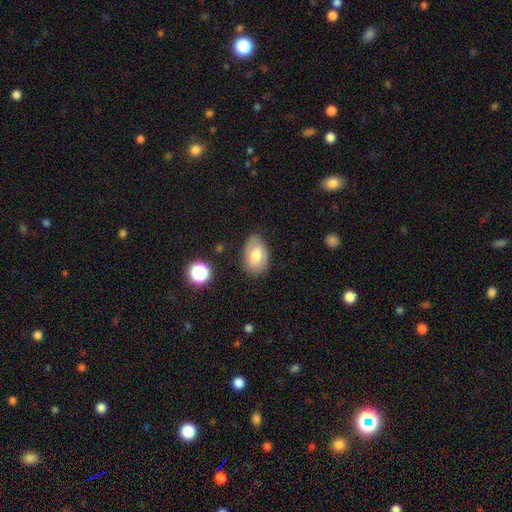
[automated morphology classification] Smooth or featured? Predicted: smooth (p=0.68). How rounded? Predicted: in between (p=0.87). Merging? Predicted: none (p=0.77).